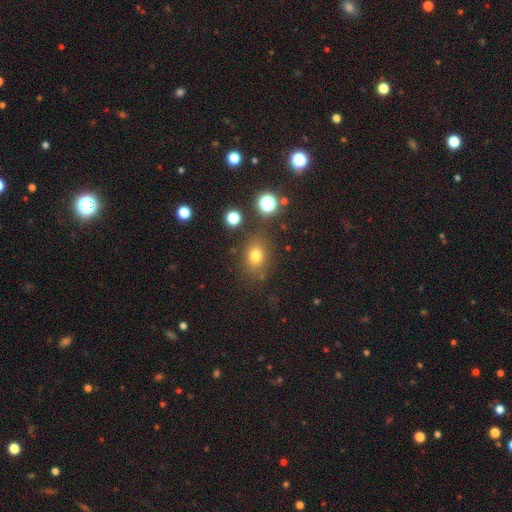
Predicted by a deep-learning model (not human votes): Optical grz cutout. It shows a smooth galaxy with no disk features (73%) that is in between round and cigar-shaped (51%). Merging: none (76%).